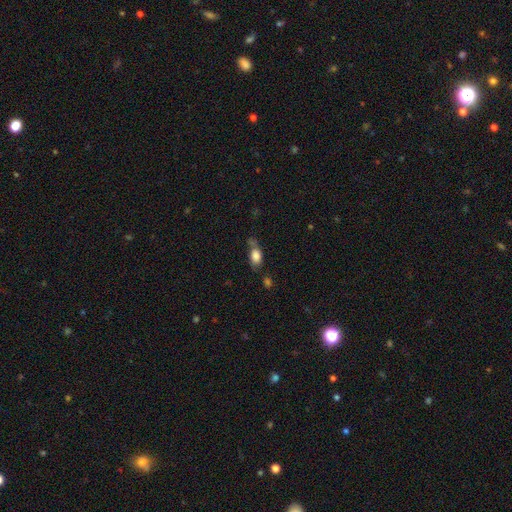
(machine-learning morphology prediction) A smooth galaxy with no disk features (80%) that is in between round and cigar-shaped (83%). Merging: none (42%).